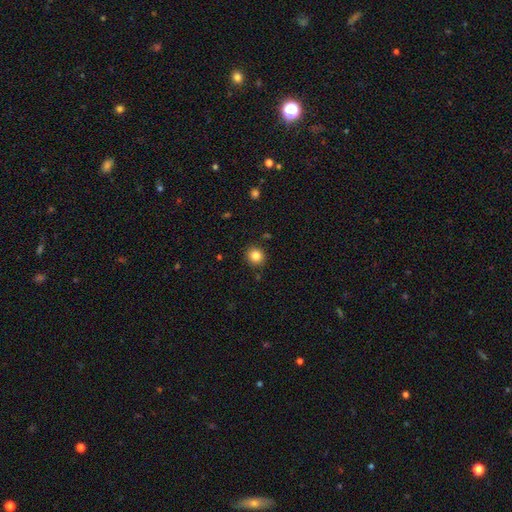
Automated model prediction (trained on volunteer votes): This is clearly a smooth galaxy (84%). How rounded: clearly round (88%). Merging: clearly none (89%).